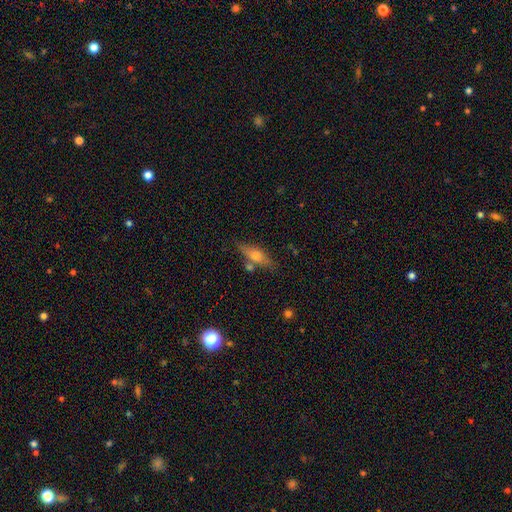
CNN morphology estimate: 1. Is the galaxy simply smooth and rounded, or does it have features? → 60% smooth, 32% featured or disk, 8% star or artifact.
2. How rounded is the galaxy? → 51% in between, 45% cigar-shaped, 4% round.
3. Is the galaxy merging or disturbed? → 66% none, 17% minor disturbance, 12% merger, 5% major disturbance.